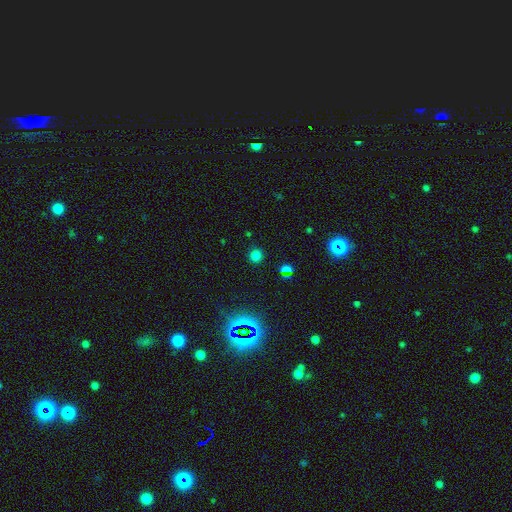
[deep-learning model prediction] smooth_or_featured: smooth (p=0.73) [alt: star or artifact p=0.22]
how_rounded: round (p=0.91) [alt: in between p=0.08]
merging: none (p=0.89) [alt: minor disturbance p=0.07]